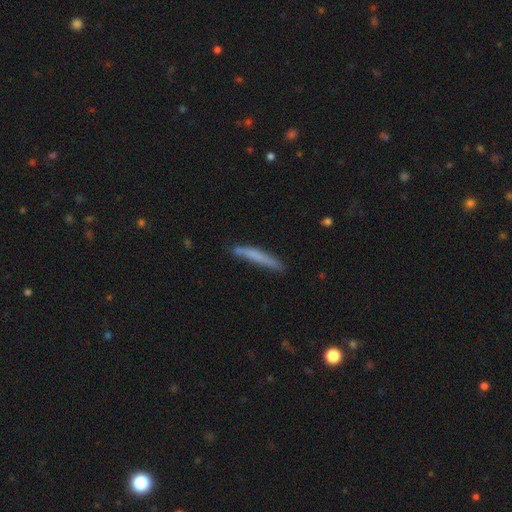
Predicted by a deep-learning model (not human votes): A smooth galaxy with no disk features (69%) that is cigar-shaped (95%). Merging: none (77%).